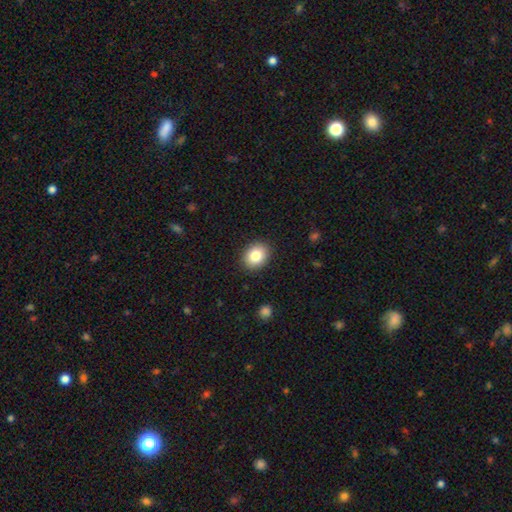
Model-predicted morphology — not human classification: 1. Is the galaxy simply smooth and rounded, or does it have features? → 84% smooth, 8% star or artifact, 8% featured or disk.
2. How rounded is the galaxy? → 51% in between, 48% round, 1% cigar-shaped.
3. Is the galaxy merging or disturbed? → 89% none, 8% minor disturbance, 2% major disturbance, 1% merger.